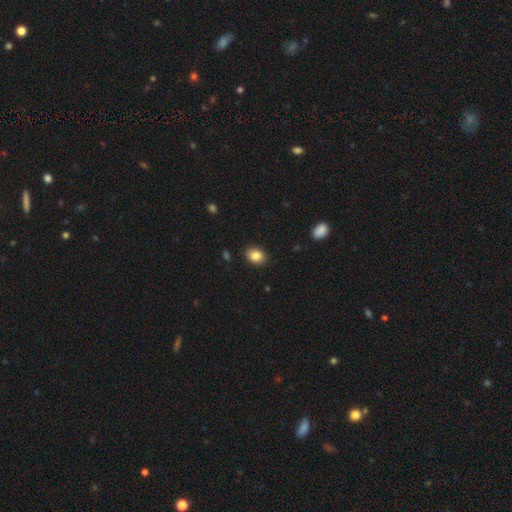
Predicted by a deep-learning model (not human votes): Q: Smooth or featured?
A: smooth (86%); runner-up: star or artifact (9%)
Q: How rounded?
A: in between (64%); runner-up: round (35%)
Q: Merging?
A: none (89%); runner-up: minor disturbance (8%)